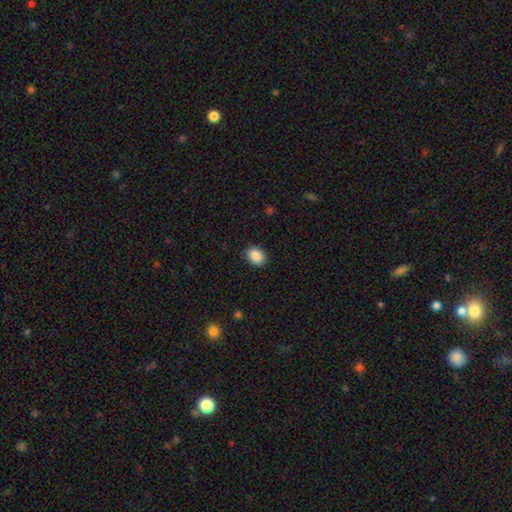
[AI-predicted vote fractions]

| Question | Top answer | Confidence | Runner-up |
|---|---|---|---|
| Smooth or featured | smooth | 88% | star or artifact (8%) |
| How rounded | in between | 66% | round (33%) |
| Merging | none | 89% | minor disturbance (8%) |